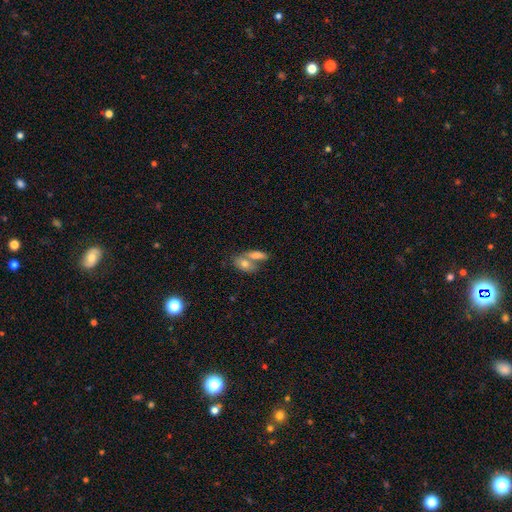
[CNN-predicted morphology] smooth-or-featured: smooth: 68% | featured or disk: 23% | star or artifact: 9%
  how-rounded: in between: 79% | cigar-shaped: 13% | round: 8%
  merging: merger: 53% | none: 35% | minor disturbance: 8% | major disturbance: 4%